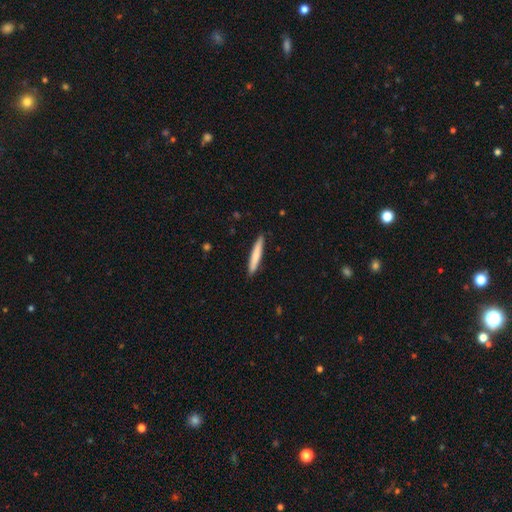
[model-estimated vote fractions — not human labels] The model was most divided on "smooth or featured": smooth: 77%, featured or disk: 18%, star or artifact: 5%. More confident: how rounded — cigar-shaped (94%); merging — none (90%).